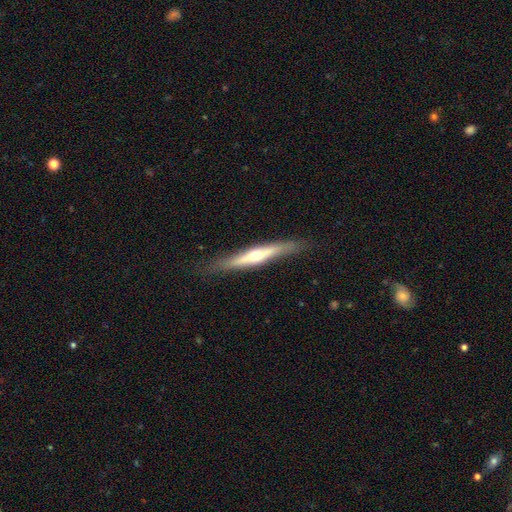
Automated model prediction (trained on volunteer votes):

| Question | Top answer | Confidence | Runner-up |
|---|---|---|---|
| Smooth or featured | featured or disk | 59% | smooth (35%) |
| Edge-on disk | yes | 94% | no (6%) |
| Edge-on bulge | rounded | 79% | none (15%) |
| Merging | none | 83% | minor disturbance (13%) |